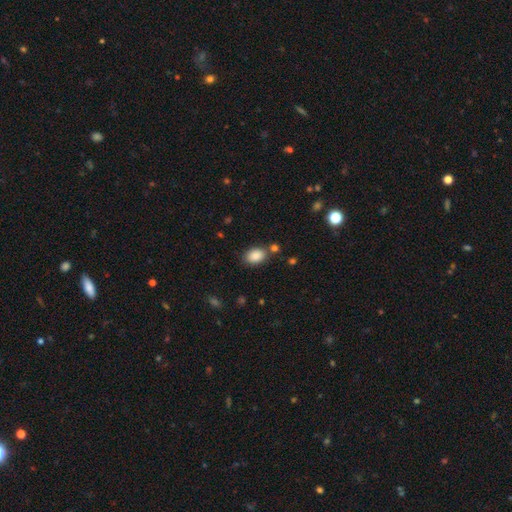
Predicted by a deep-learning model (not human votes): Overall: smooth (88%). How rounded: in between (84%). Merging: none (75%).